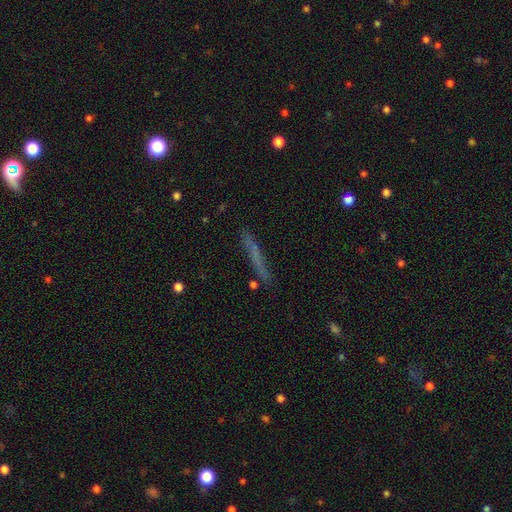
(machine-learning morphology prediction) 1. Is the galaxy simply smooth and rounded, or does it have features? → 53% smooth, 36% featured or disk, 11% star or artifact.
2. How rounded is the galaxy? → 94% cigar-shaped, 4% in between, 2% round.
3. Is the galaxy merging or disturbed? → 83% none, 12% minor disturbance, 3% major disturbance, 2% merger.